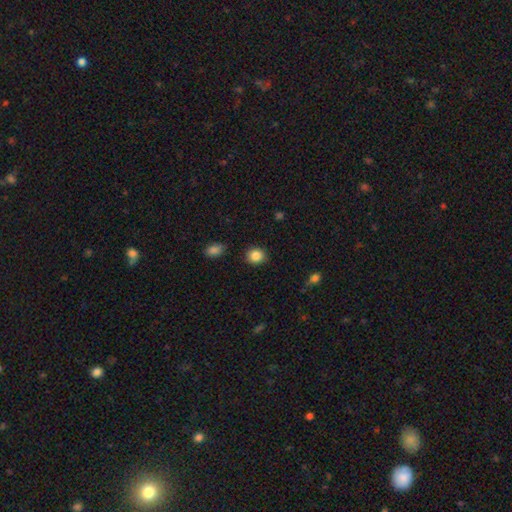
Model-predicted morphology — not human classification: This is clearly a smooth galaxy (86%). How rounded: likely round (72%). Merging: clearly none (88%).